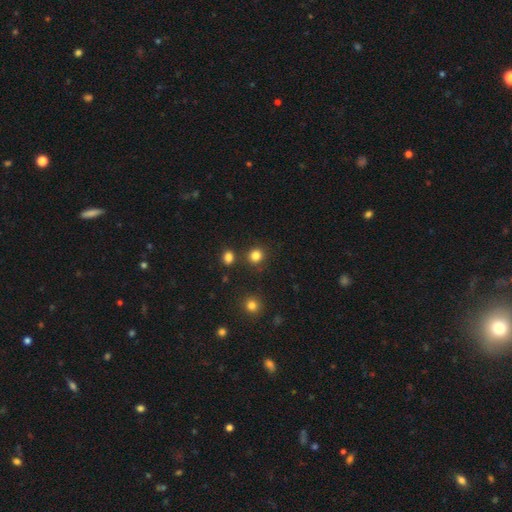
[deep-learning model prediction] Q: Smooth or featured?
A: smooth (83%); runner-up: star or artifact (13%)
Q: How rounded?
A: round (87%); runner-up: in between (12%)
Q: Merging?
A: none (84%); runner-up: minor disturbance (7%)